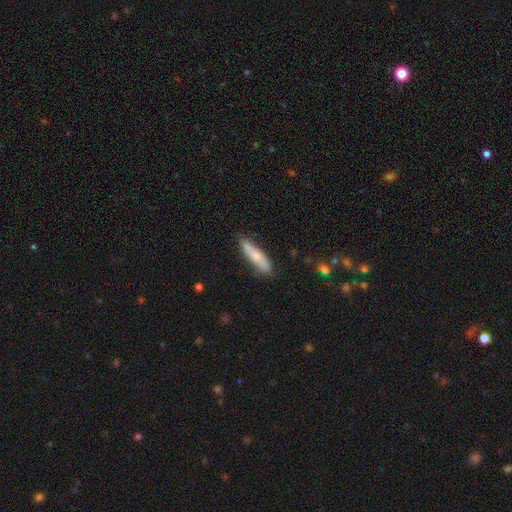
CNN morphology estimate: The model was most divided on "smooth or featured": smooth: 71%, featured or disk: 23%, star or artifact: 6%. More confident: merging — none (83%); how rounded — cigar-shaped (79%).